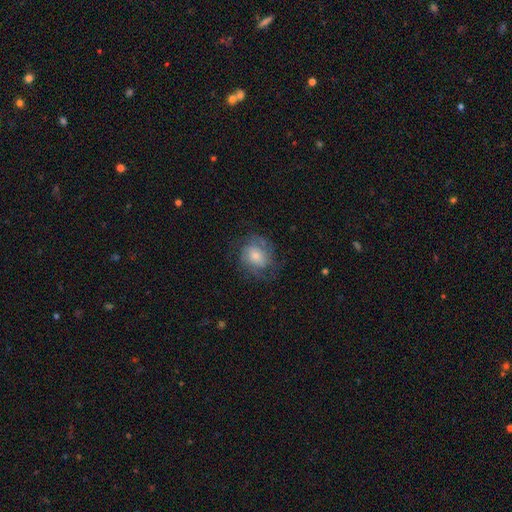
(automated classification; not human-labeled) A featured or disk galaxy (61%) with no bar (72%), tight (44%) spiral arms (87%) and a small central bulge (42%).

Vote fractions:
- Smooth or featured? featured or disk: 61% / smooth: 31% / star or artifact: 8%
- Edge-on disk? no: 97% / yes: 3%
- Bar? no: 72% / weak: 24% / strong: 4%
- Spiral arms? yes: 87% / no: 13%
- Spiral winding? tight: 44% / medium: 41% / loose: 16%
- Spiral arm count? can't tell: 34% / 2: 26% / 3: 21% / 4: 8% / 1: 6% / more than 4: 5%
- Bulge size? small: 42% / moderate: 39% / large: 12% / none: 4% / dominant: 2%
- Merging? none: 65% / minor disturbance: 19% / major disturbance: 14% / merger: 1%